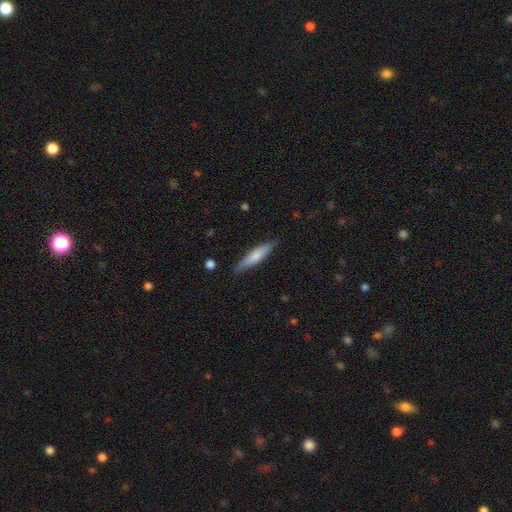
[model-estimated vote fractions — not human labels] This appears to be a smooth galaxy with no disk features (66%) that is cigar-shaped (80%). Merging: none (82%).